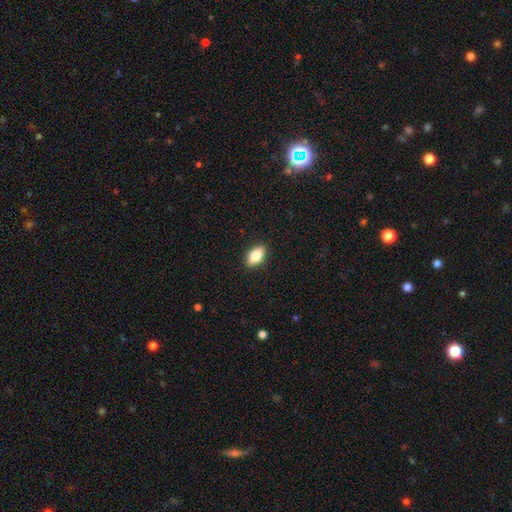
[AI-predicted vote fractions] This appears to be a smooth galaxy with no disk features (79%) that is in between round and cigar-shaped (89%). Merging: none (90%).